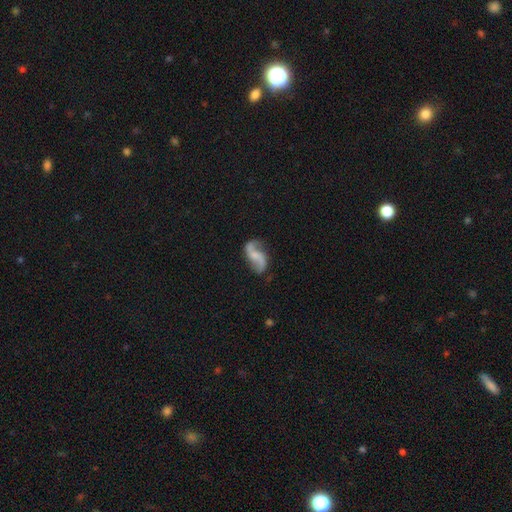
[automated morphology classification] Smooth or featured?
  - featured or disk: 81% *
  - smooth: 13%
  - star or artifact: 6%
Edge-on disk?
  - no: 97% *
  - yes: 3%
Bar?
  - no: 48% *
  - weak: 39%
  - strong: 14%
Spiral arms?
  - yes: 95% *
  - no: 5%
Spiral winding?
  - loose: 79% *
  - medium: 17%
  - tight: 4%
Spiral arm count?
  - 2: 92% *
  - 1: 2%
  - can't tell: 2%
  - 3: 1%
  - 4: 1%
  - more than 4: 1%
Bulge size?
  - none: 36% *
  - small: 35%
  - moderate: 23%
  - large: 4%
  - dominant: 1%
Merging?
  - none: 71% *
  - minor disturbance: 18%
  - major disturbance: 9%
  - merger: 3%